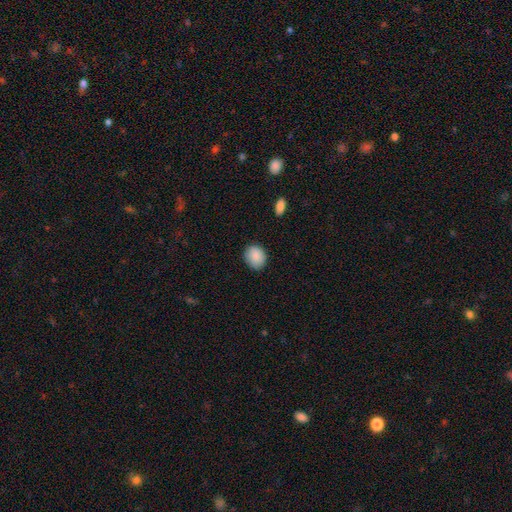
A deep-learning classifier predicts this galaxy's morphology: This is clearly a smooth galaxy (89%). How rounded: likely round (63%). Merging: clearly none (84%).